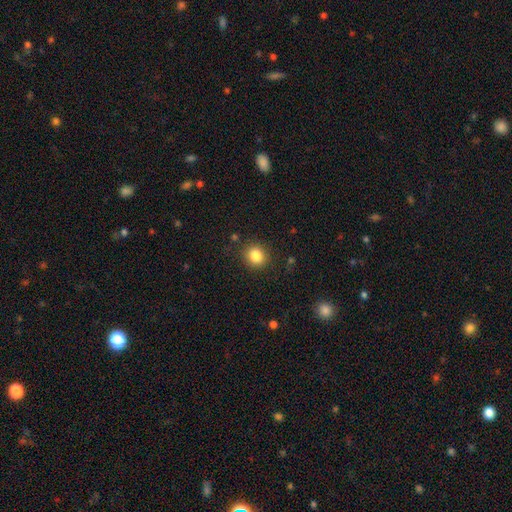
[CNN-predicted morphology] smooth_or_featured: smooth (p=0.84) [alt: star or artifact p=0.11]
how_rounded: round (p=0.78) [alt: in between p=0.21]
merging: none (p=0.87) [alt: minor disturbance p=0.08]